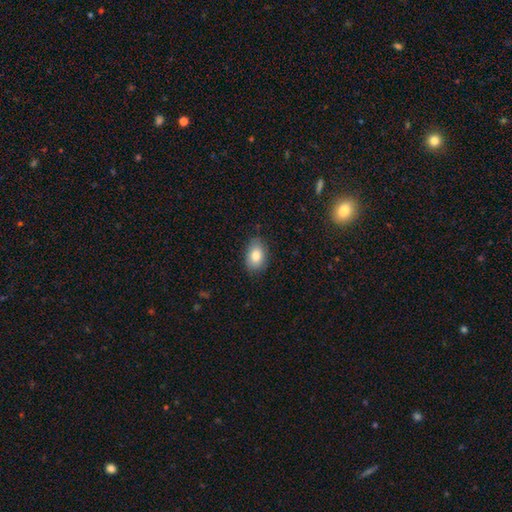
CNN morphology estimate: smooth-or-featured: smooth: 83% | featured or disk: 10% | star or artifact: 8%
  how-rounded: in between: 84% | round: 14% | cigar-shaped: 1%
  merging: none: 81% | minor disturbance: 15% | major disturbance: 3% | merger: 1%